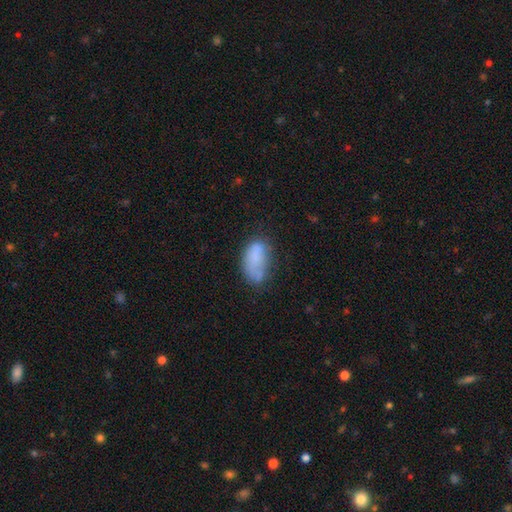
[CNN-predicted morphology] smooth 73%, featured or disk 17%, star or artifact 9%. Down the decision tree: how rounded — in between (92%); merging — none (41%).